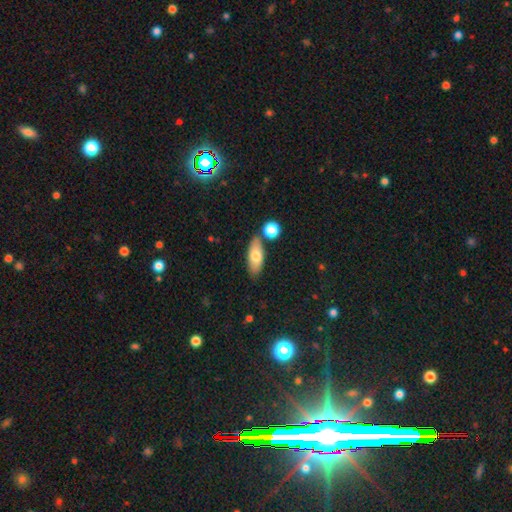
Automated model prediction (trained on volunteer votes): Overall: smooth (73%). How rounded: in between (76%). Merging: none (74%).